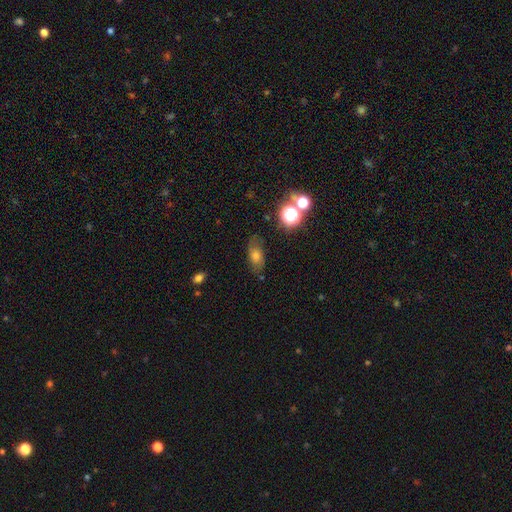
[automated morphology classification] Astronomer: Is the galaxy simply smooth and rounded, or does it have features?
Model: smooth — 56%.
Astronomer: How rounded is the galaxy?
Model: in between — 77%.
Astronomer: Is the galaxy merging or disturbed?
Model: none — 72%.